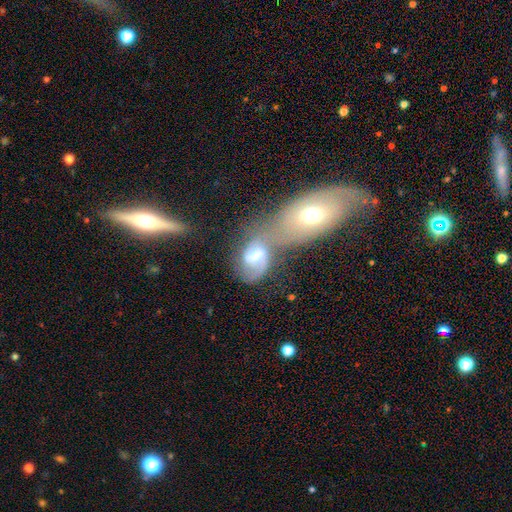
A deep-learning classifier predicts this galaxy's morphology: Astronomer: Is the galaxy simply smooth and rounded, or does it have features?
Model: featured or disk — 70%.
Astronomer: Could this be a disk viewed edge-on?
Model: no — 96%.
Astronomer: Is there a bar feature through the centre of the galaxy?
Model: weak — 54%.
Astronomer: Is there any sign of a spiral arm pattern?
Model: yes — 87%.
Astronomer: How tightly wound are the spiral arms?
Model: medium — 48% (runner-up: loose, 30%).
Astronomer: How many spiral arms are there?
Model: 2 — 79%.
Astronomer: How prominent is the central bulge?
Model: moderate — 60%.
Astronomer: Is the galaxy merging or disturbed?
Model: merger — 62%.